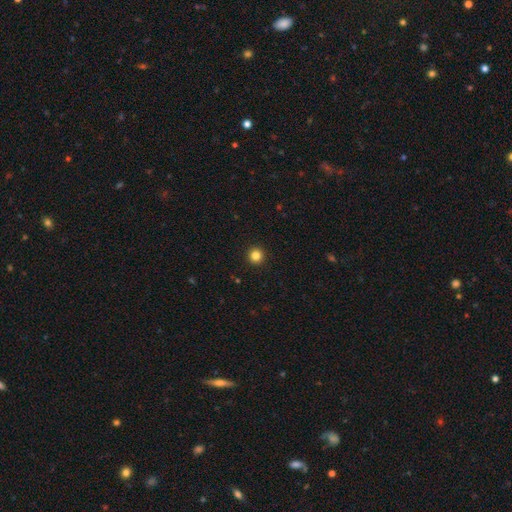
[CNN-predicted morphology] type=smooth (83%); roundness=round (96%); merging=none (94%).